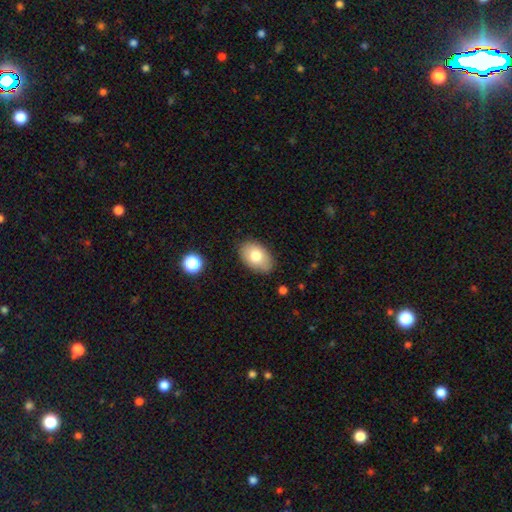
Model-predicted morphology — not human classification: smooth_or_featured: smooth (p=0.77) [alt: featured or disk p=0.16]
how_rounded: in between (p=0.89) [alt: round p=0.10]
merging: none (p=0.84) [alt: minor disturbance p=0.12]